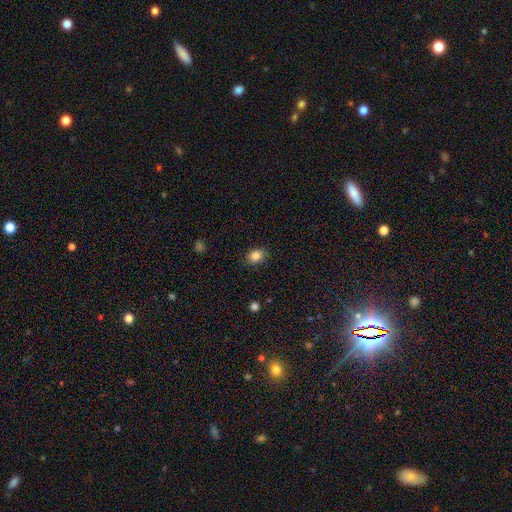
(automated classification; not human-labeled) Overall: smooth (85%). How rounded: in between (68%; round 31%). Merging: none (85%).